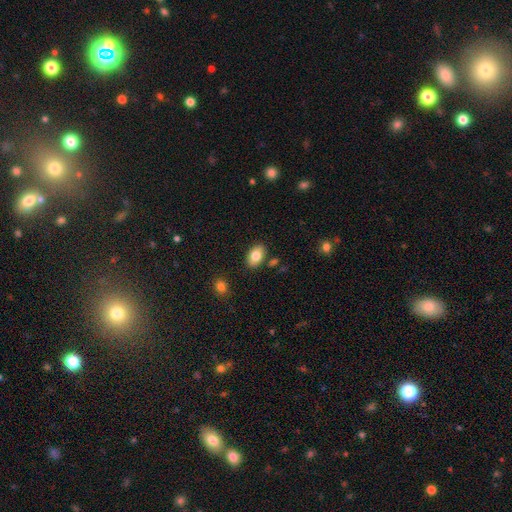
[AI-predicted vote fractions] Smooth or featured? smooth (82%)
How rounded? in between (90%)
Merging? none (84%)